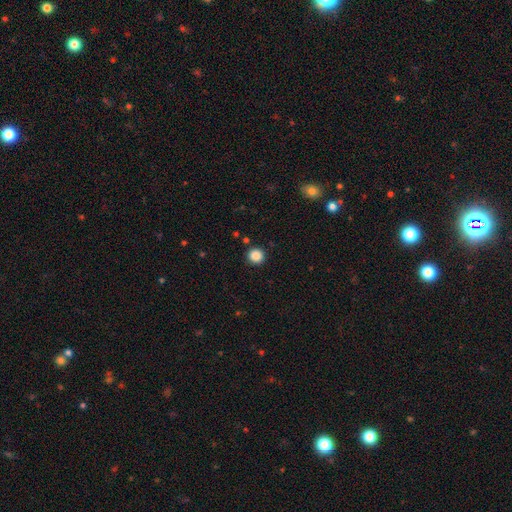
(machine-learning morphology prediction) type=smooth (87%); roundness=round (94%); merging=none (91%).